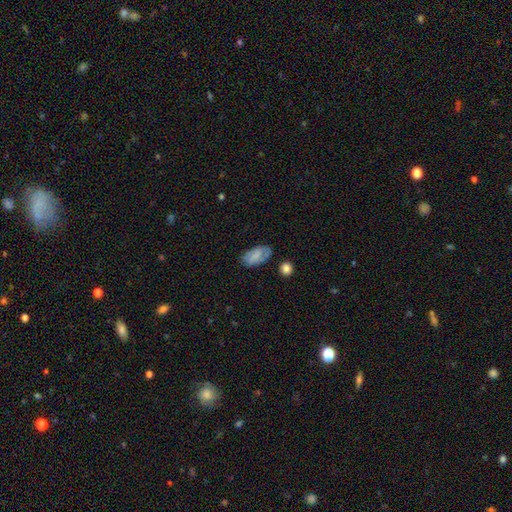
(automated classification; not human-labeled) Morphology: type=smooth (68%); roundness=in between (93%); merging=none (70%).